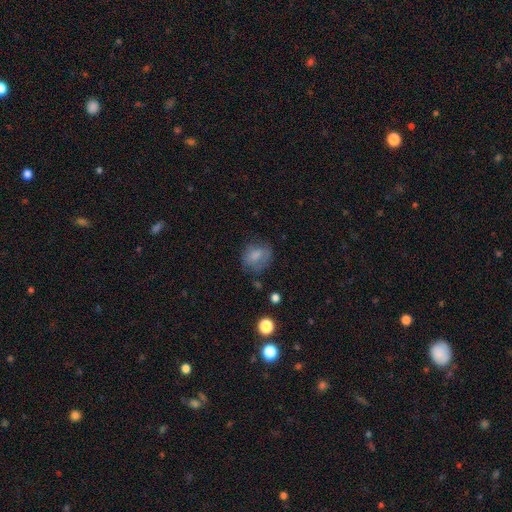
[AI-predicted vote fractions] smooth-or-featured: smooth: 71% | featured or disk: 18% | star or artifact: 10%
  how-rounded: round: 52% | in between: 46% | cigar-shaped: 1%
  merging: none: 56% | minor disturbance: 26% | major disturbance: 15% | merger: 3%